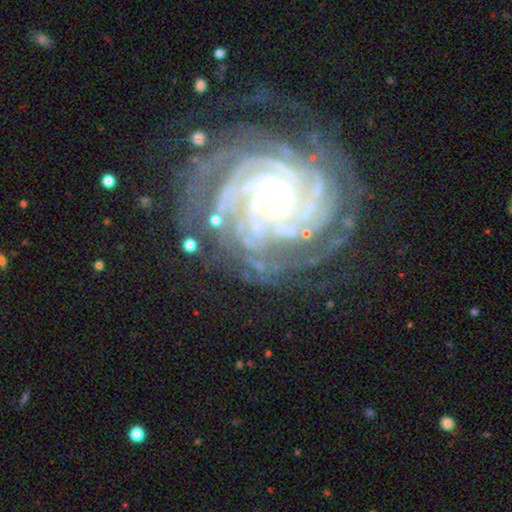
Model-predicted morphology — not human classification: A featured or disk galaxy (91%) with no bar (64%), more than 4 (28%) tight (83%) spiral arms (98%) and a small central bulge (52%).

Vote fractions:
- Smooth or featured? featured or disk: 91% / star or artifact: 6% / smooth: 3%
- Edge-on disk? no: 98% / yes: 2%
- Bar? no: 64% / weak: 23% / strong: 13%
- Spiral arms? yes: 98% / no: 2%
- Spiral winding? tight: 83% / medium: 15% / loose: 2%
- Spiral arm count? more than 4: 28% / 4: 24% / can't tell: 18% / 3: 13% / 2: 9% / 1: 8%
- Bulge size? small: 52% / moderate: 41% / large: 4% / none: 1% / dominant: 1%
- Merging? none: 78% / minor disturbance: 14% / major disturbance: 6% / merger: 2%